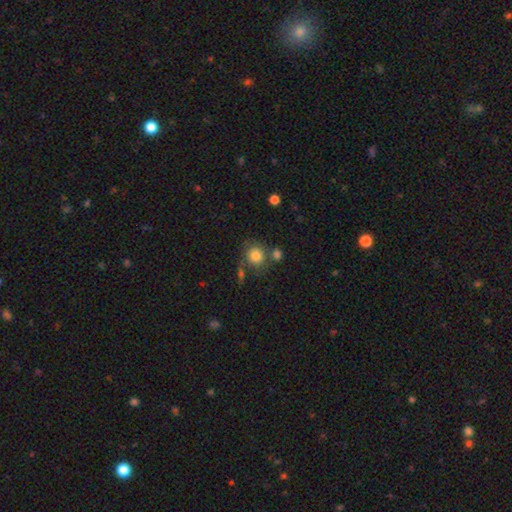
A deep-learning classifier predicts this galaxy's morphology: A smooth galaxy with no disk features (79%) that is round (84%). Merging: none (58%).